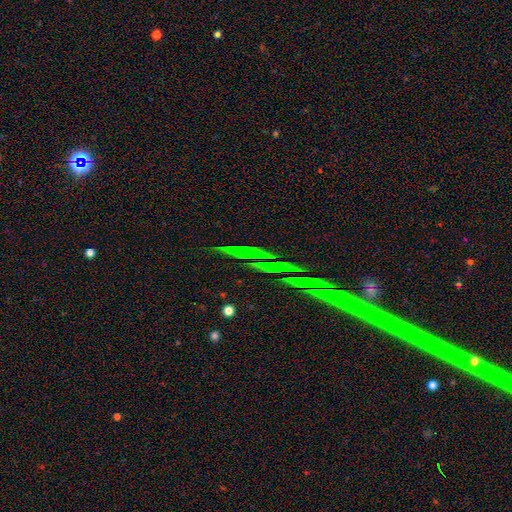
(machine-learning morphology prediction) star or artifact 67%, smooth 17%, featured or disk 16%.